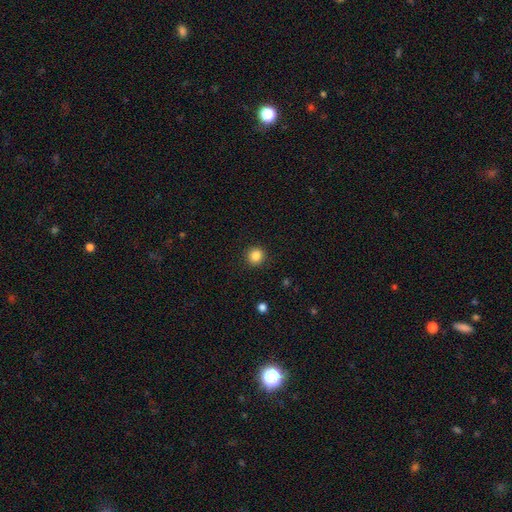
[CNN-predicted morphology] smooth_or_featured: smooth (p=0.86) [alt: star or artifact p=0.11]
how_rounded: round (p=0.93) [alt: in between p=0.06]
merging: none (p=0.92) [alt: minor disturbance p=0.05]